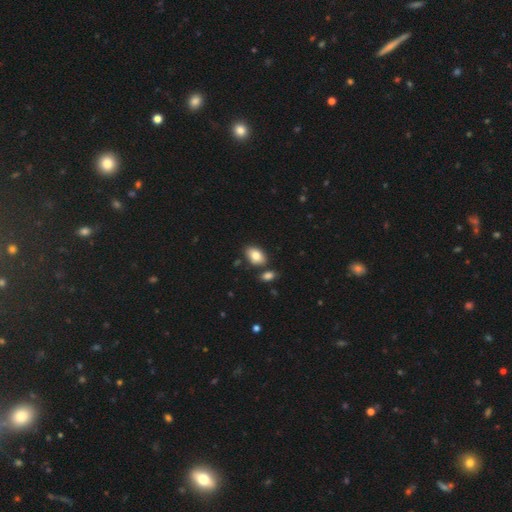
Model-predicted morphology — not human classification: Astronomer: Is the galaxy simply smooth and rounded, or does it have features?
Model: smooth — 83%.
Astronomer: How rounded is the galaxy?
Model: in between — 90%.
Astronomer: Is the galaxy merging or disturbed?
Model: none — 75%.